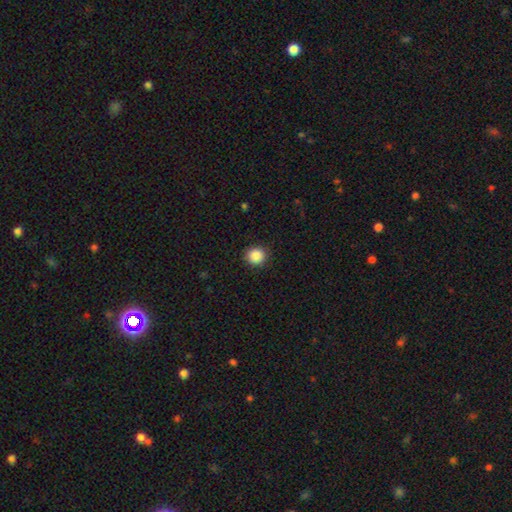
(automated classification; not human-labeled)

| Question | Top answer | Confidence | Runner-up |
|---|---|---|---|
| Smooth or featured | smooth | 88% | star or artifact (9%) |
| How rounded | round | 90% | in between (9%) |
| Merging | none | 91% | minor disturbance (6%) |